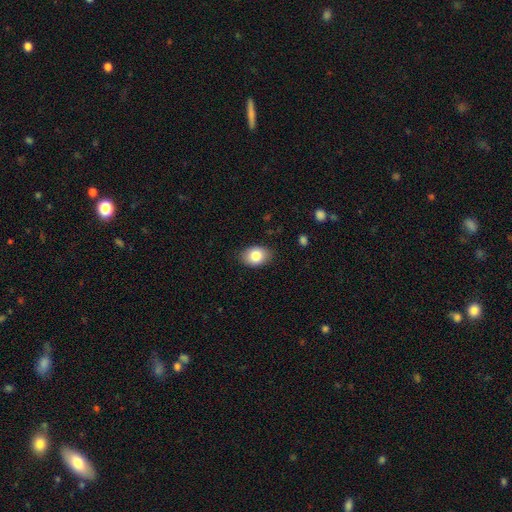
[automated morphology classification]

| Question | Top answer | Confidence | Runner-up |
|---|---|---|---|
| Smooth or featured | smooth | 82% | featured or disk (10%) |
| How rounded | in between | 76% | round (23%) |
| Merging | none | 86% | minor disturbance (11%) |